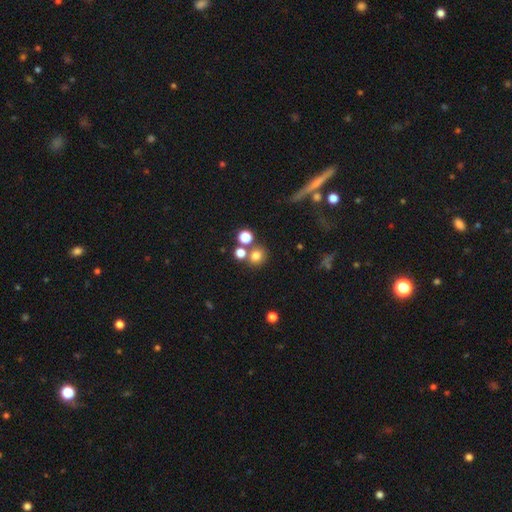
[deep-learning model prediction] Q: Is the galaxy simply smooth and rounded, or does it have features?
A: smooth — 74%.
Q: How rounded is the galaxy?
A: round — 84%.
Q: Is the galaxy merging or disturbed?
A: none — 67%.